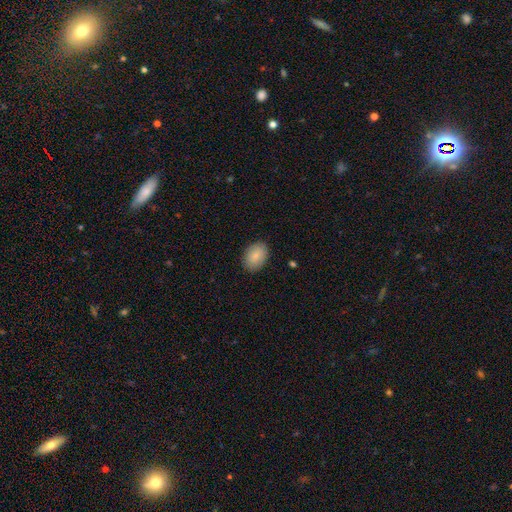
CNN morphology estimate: This is clearly a smooth galaxy (86%). How rounded: likely in between (79%). Merging: clearly none (88%).